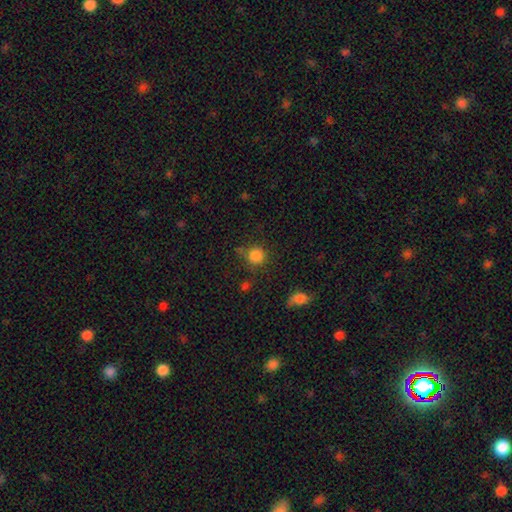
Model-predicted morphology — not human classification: Smooth or featured: smooth — 84% (star or artifact — 11%)
How rounded: round — 91% (in between — 8%)
Merging: none — 72% (minor disturbance — 15%)